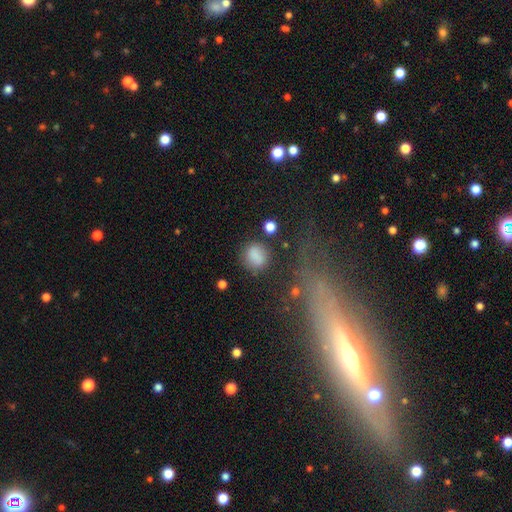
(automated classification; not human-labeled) The model was most divided on "how rounded": round: 63%, in between: 35%, cigar-shaped: 2%. More confident: smooth or featured — smooth (80%); merging — none (70%).